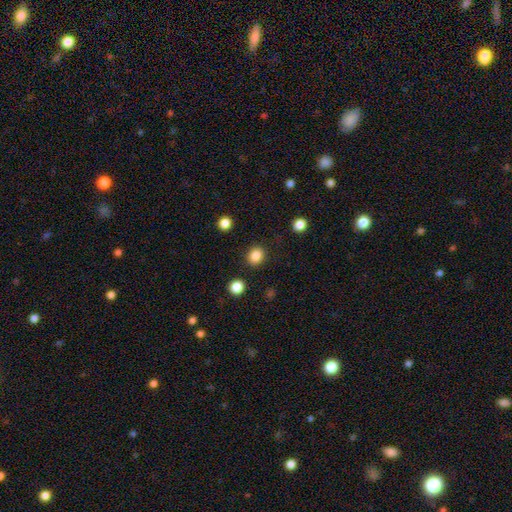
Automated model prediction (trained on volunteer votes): A smooth galaxy with no disk features (85%) that is round (72%).

Vote fractions:
- Smooth or featured? smooth: 85% / star or artifact: 11% / featured or disk: 4%
- How rounded? round: 72% / in between: 27% / cigar-shaped: 1%
- Merging? none: 88% / minor disturbance: 7% / major disturbance: 3% / merger: 2%